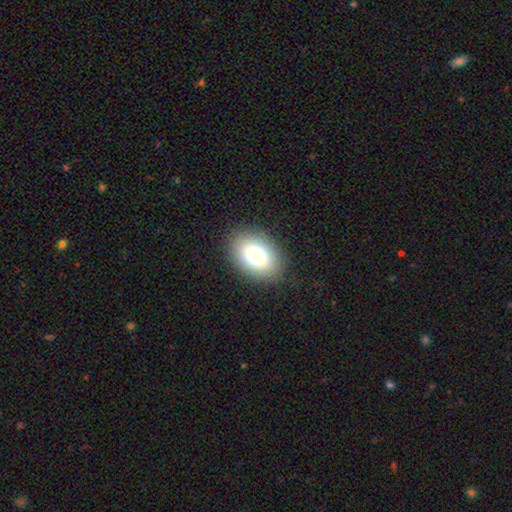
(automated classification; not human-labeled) A smooth galaxy with no disk features (80%) that is in between round and cigar-shaped (84%). Merging: none (87%).